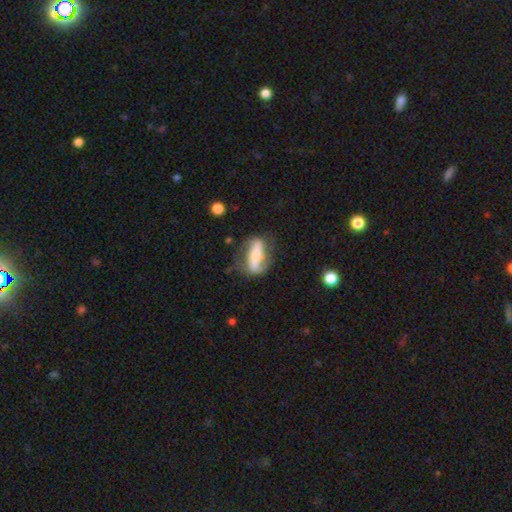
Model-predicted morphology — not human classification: This appears to be a featured or disk galaxy (49%). Merging: none (59%).